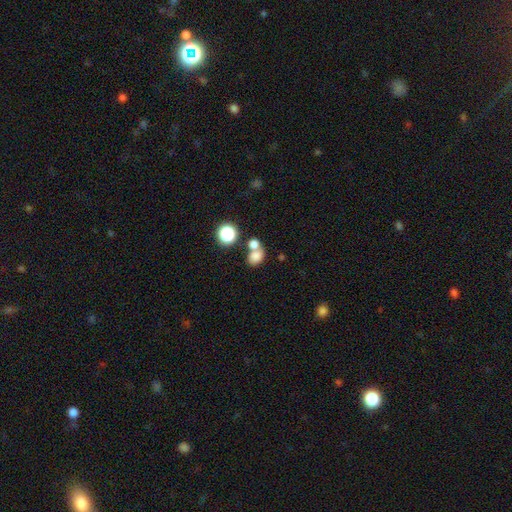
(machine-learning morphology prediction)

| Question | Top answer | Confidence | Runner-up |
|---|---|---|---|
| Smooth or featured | smooth | 76% | star or artifact (13%) |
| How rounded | in between | 55% | round (43%) |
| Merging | merger | 49% | none (36%) |